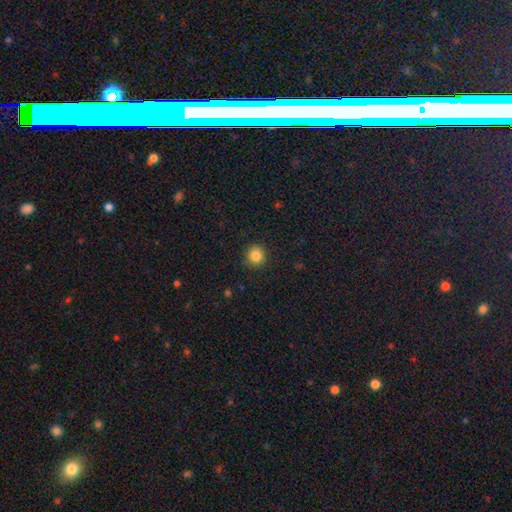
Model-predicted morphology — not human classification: smooth 85%, star or artifact 11%, featured or disk 4%. Down the decision tree: how rounded — round (91%); merging — none (90%).